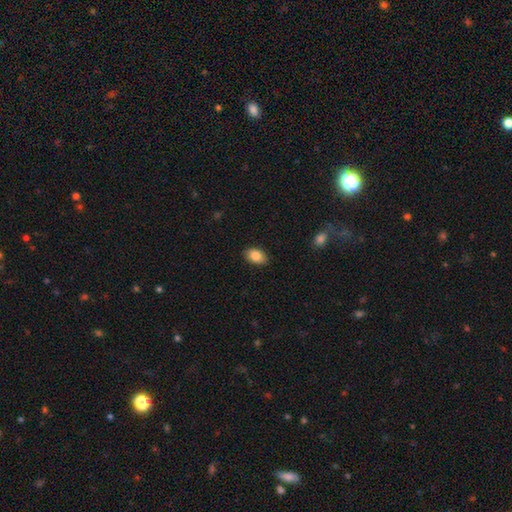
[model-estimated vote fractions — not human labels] Overall: smooth (86%). How rounded: in between (87%). Merging: none (87%).